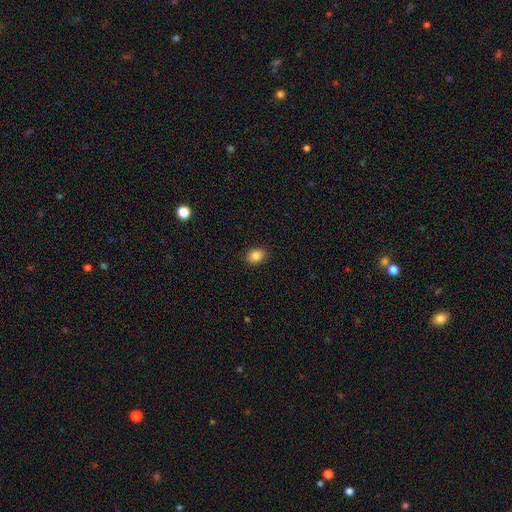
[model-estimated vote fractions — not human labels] Smooth or featured?
  - smooth: 86% *
  - star or artifact: 9%
  - featured or disk: 5%
How rounded?
  - in between: 59% *
  - round: 40%
  - cigar-shaped: 1%
Merging?
  - none: 89% *
  - minor disturbance: 8%
  - major disturbance: 2%
  - merger: 1%